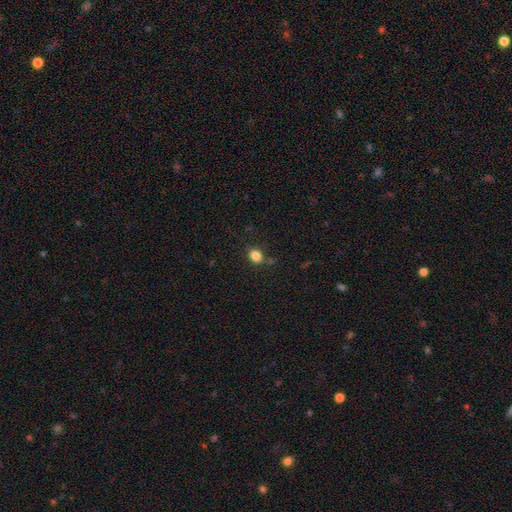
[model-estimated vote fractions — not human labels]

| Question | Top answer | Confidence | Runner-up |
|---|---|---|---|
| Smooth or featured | smooth | 83% | star or artifact (12%) |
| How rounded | round | 57% | in between (42%) |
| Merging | none | 75% | minor disturbance (16%) |